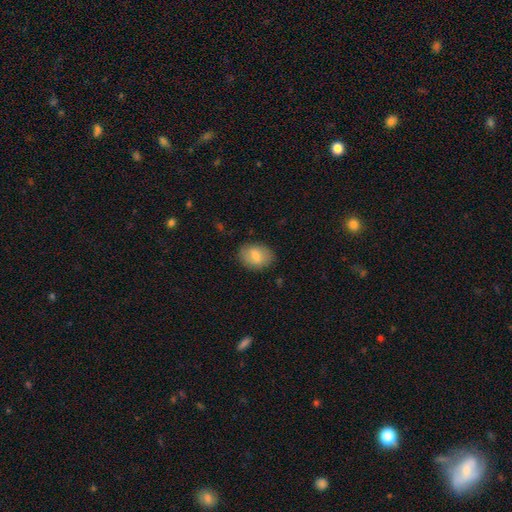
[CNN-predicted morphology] Smooth or featured? smooth (75%)
How rounded? in between (76%)
Merging? none (82%)